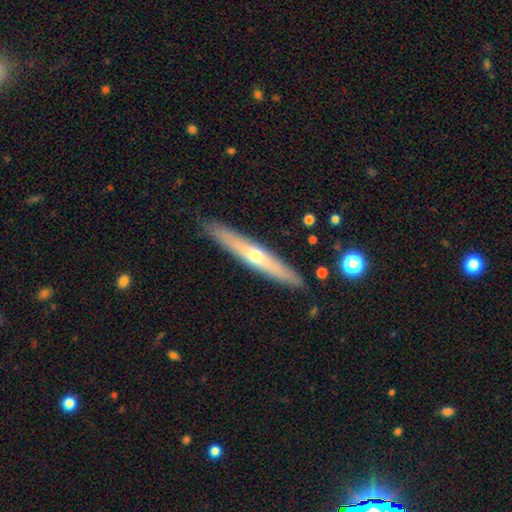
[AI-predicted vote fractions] Smooth or featured? featured or disk (57%)
Edge-on disk? yes (92%)
Edge-on bulge? rounded (77%)
Merging? none (89%)